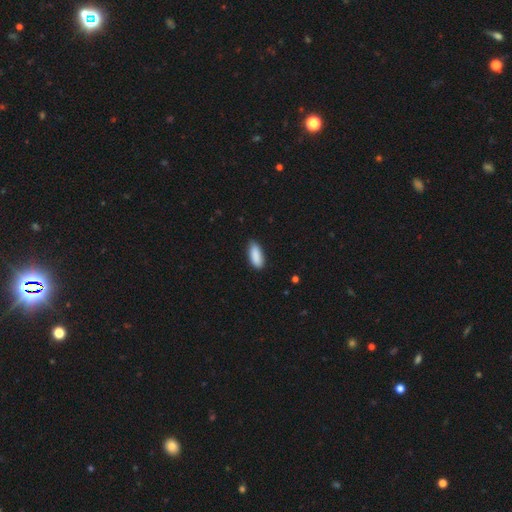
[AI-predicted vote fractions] Smooth or featured: smooth — 89% (star or artifact — 6%)
How rounded: in between — 78% (cigar-shaped — 21%)
Merging: none — 82% (minor disturbance — 15%)